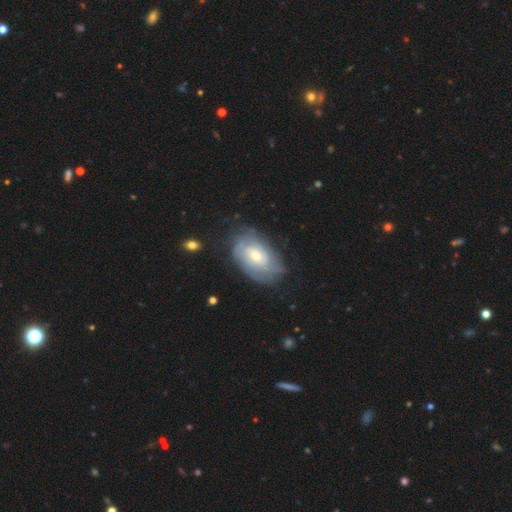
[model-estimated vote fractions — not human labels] Smooth or featured: featured or disk — 67% (smooth — 26%)
Edge-on disk: no — 95% (yes — 5%)
Bar: no — 58% (weak — 36%)
Spiral arms: yes — 82% (no — 18%)
Spiral winding: tight — 65% (medium — 25%)
Spiral arm count: can't tell — 60% (2 — 17%)
Bulge size: moderate — 53% (small — 41%)
Merging: none — 67% (minor disturbance — 22%)